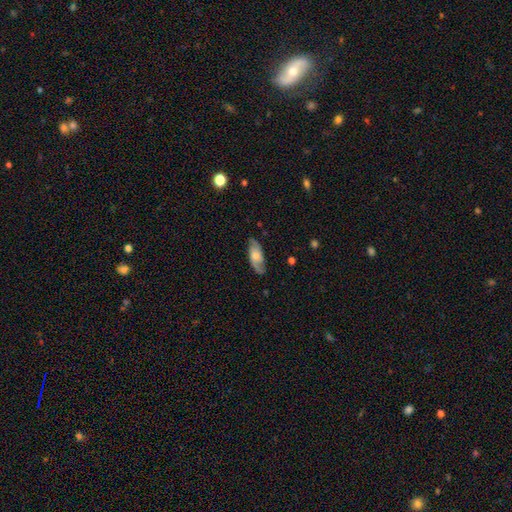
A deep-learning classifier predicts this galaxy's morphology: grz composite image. It shows a featured or disk galaxy (60%) with no bar (66%), spiral arms (88%) and a moderate central bulge (47%). Merging: none (80%).